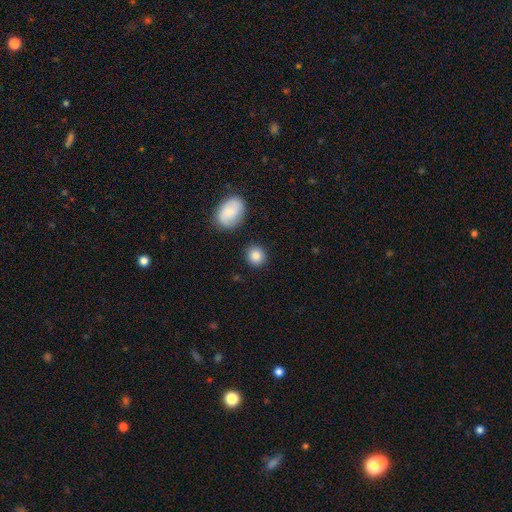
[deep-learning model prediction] Smooth or featured: smooth — 85% (star or artifact — 8%)
How rounded: round — 87% (in between — 12%)
Merging: none — 87% (minor disturbance — 7%)